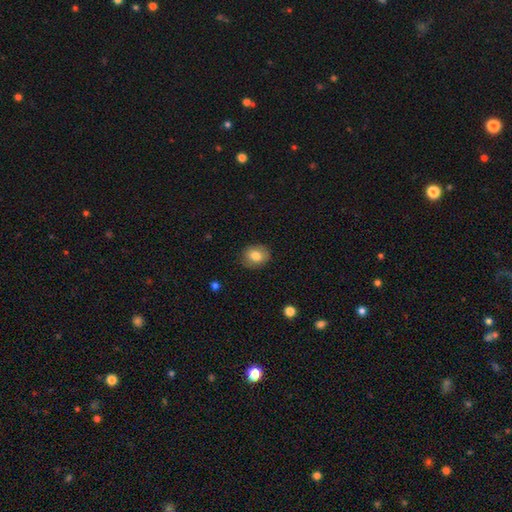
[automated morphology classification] A smooth galaxy with no disk features (79%) that is round (57%).

Vote fractions:
- Smooth or featured? smooth: 79% / featured or disk: 12% / star or artifact: 9%
- How rounded? round: 57% / in between: 43% / cigar-shaped: 1%
- Merging? none: 85% / minor disturbance: 11% / major disturbance: 3% / merger: 1%